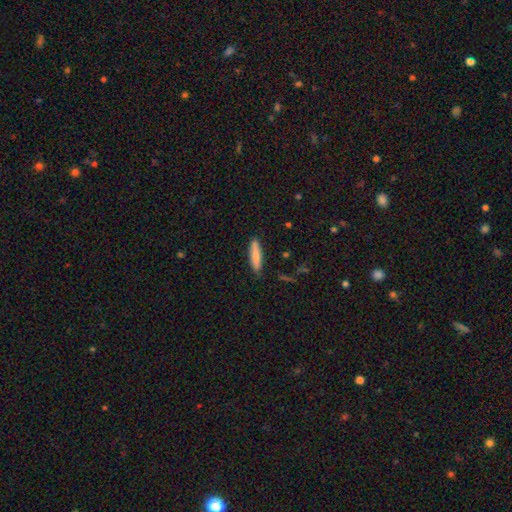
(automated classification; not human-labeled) Overall: smooth (81%). How rounded: cigar-shaped (83%). Merging: none (87%).